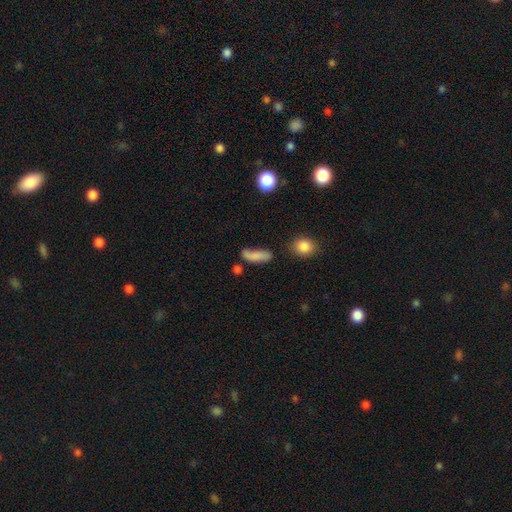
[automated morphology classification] Smooth or featured? smooth (76%)
How rounded? in between (56%)
Merging? none (51%)